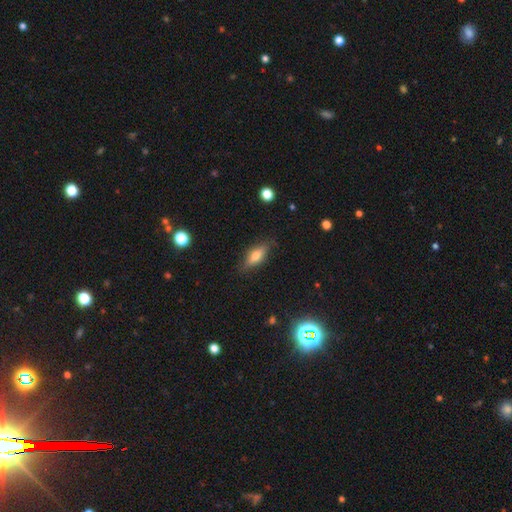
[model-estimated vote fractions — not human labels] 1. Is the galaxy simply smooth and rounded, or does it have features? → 59% smooth, 33% featured or disk, 9% star or artifact.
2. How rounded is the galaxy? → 61% in between, 35% cigar-shaped, 4% round.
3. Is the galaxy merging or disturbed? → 82% none, 14% minor disturbance, 3% major disturbance, 1% merger.